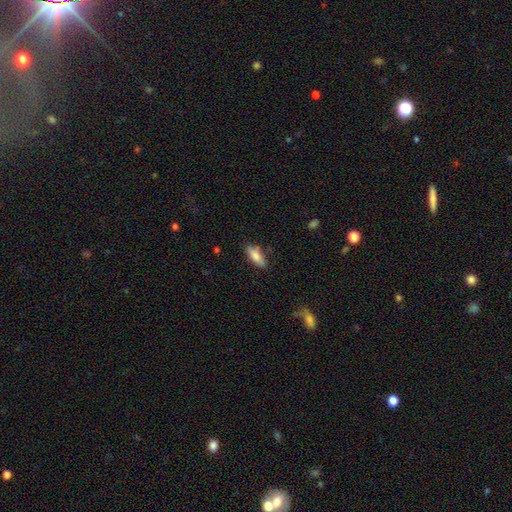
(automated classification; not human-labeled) This is clearly a smooth galaxy (81%). How rounded: likely in between (69%). Merging: clearly none (80%).